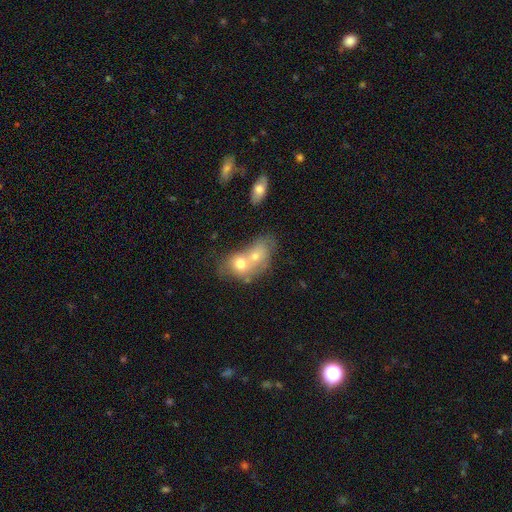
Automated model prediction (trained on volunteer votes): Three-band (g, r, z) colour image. It shows a smooth galaxy with no disk features (64%) that is in between round and cigar-shaped (61%). Merging: merger (74%).